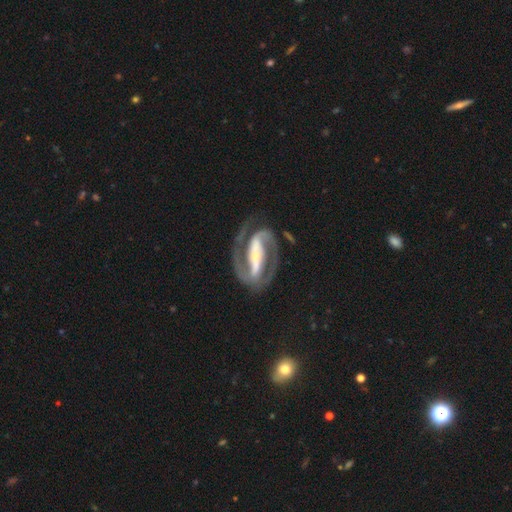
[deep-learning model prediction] A featured or disk galaxy (92%) with a strong bar (80%), 2 (92%) medium (48%) spiral arms (96%) and a small central bulge (59%).

Vote fractions:
- Smooth or featured? featured or disk: 92% / smooth: 5% / star or artifact: 4%
- Edge-on disk? no: 95% / yes: 5%
- Bar? strong: 80% / weak: 12% / no: 8%
- Spiral arms? yes: 96% / no: 4%
- Spiral winding? medium: 48% / tight: 41% / loose: 11%
- Spiral arm count? 2: 92% / 1: 2% / can't tell: 2% / 3: 1% / 4: 1% / more than 4: 1%
- Bulge size? small: 59% / moderate: 32% / large: 5% / none: 2% / dominant: 2%
- Merging? none: 78% / minor disturbance: 12% / major disturbance: 8% / merger: 2%